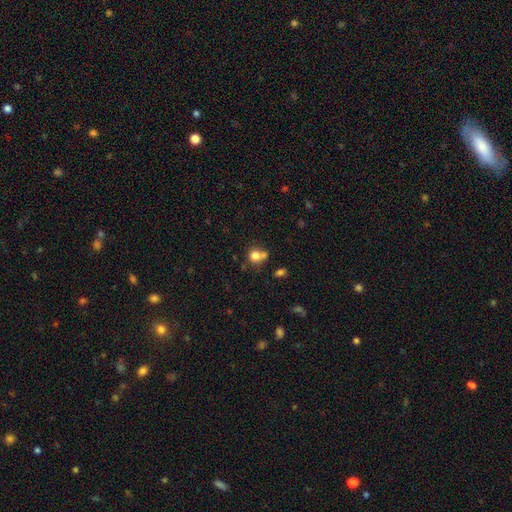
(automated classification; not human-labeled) Morphology: type=smooth (79%); roundness=round (79%); merging=none (47%).